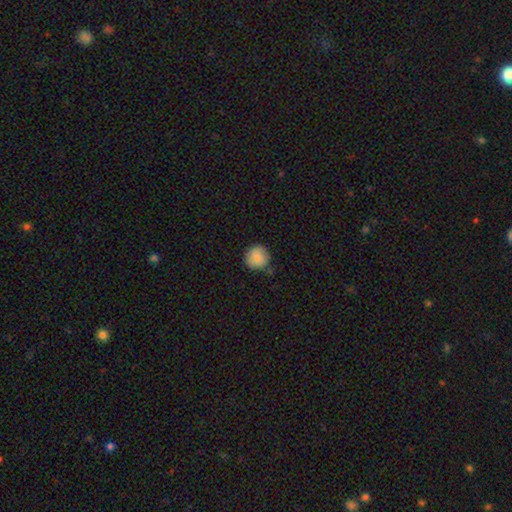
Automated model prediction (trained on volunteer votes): smooth-or-featured: smooth: 85% | star or artifact: 8% | featured or disk: 7%
  how-rounded: round: 93% | in between: 6% | cigar-shaped: 1%
  merging: none: 79% | minor disturbance: 16% | major disturbance: 3% | merger: 2%